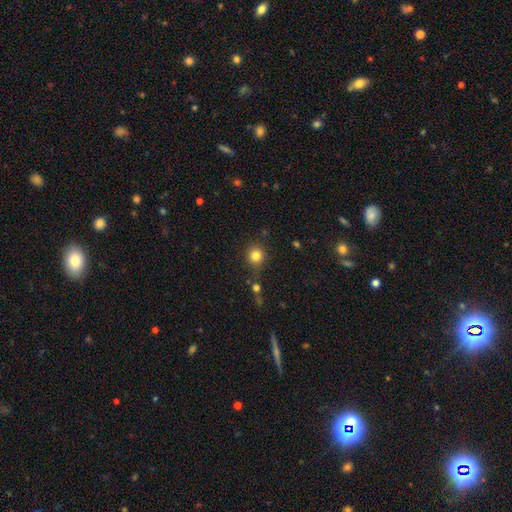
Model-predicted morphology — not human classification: Smooth or featured: smooth — 81% (star or artifact — 13%)
How rounded: round — 90% (in between — 9%)
Merging: none — 79% (minor disturbance — 10%)